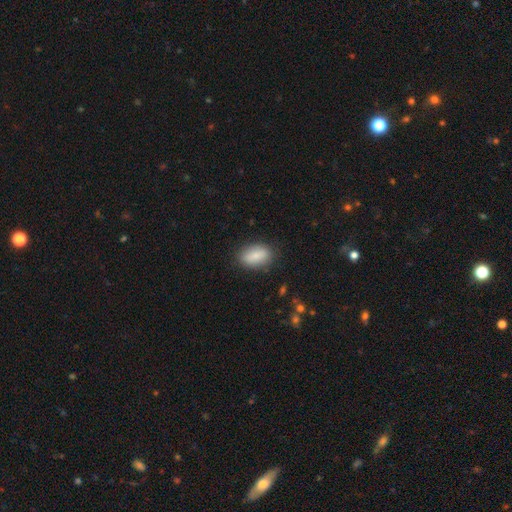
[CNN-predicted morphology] Overall: smooth (82%). How rounded: in between (89%). Merging: none (84%).